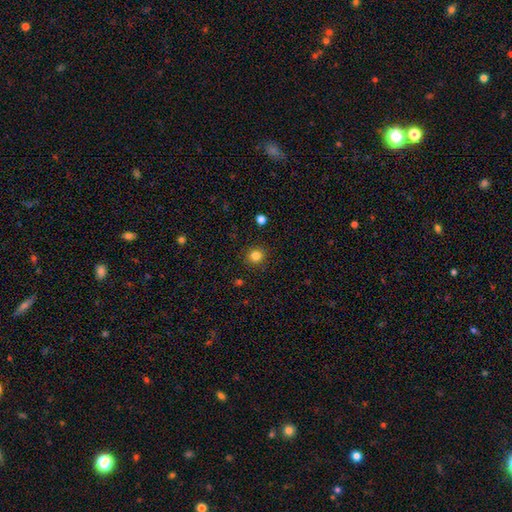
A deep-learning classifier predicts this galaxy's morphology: smooth_or_featured: smooth (p=0.83) [alt: star or artifact p=0.13]
how_rounded: round (p=0.92) [alt: in between p=0.07]
merging: none (p=0.91) [alt: minor disturbance p=0.06]